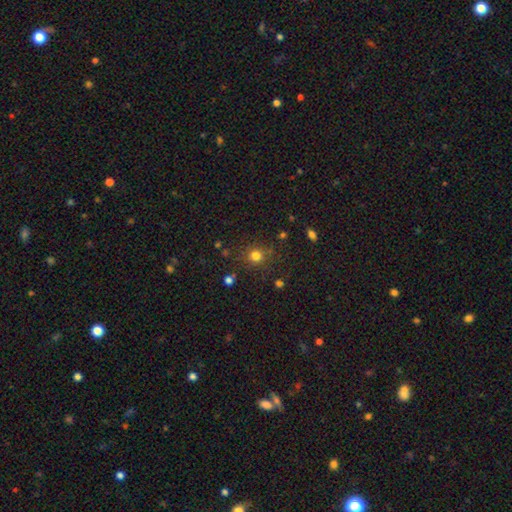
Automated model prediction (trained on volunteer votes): Smooth or featured?
  - smooth: 77% *
  - star or artifact: 17%
  - featured or disk: 6%
How rounded?
  - round: 89% *
  - in between: 10%
  - cigar-shaped: 1%
Merging?
  - none: 84% *
  - minor disturbance: 9%
  - major disturbance: 4%
  - merger: 3%